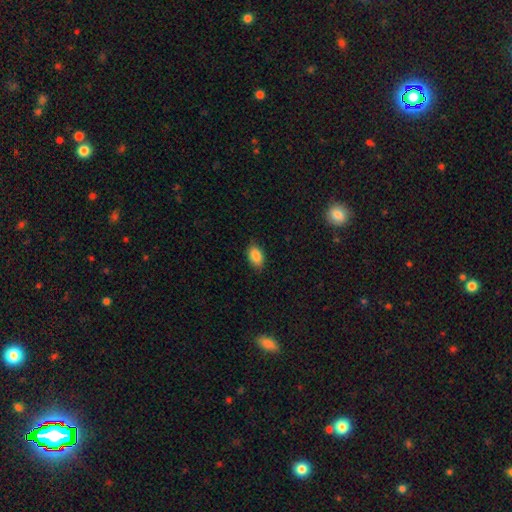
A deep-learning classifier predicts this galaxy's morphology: smooth 87%, star or artifact 8%, featured or disk 6%. Down the decision tree: how rounded — in between (89%); merging — none (84%).